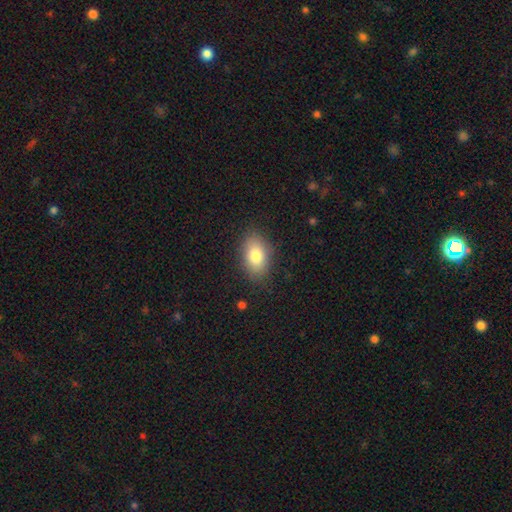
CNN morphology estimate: Smooth or featured: smooth — 81% (featured or disk — 11%)
How rounded: in between — 87% (round — 12%)
Merging: none — 83% (minor disturbance — 12%)